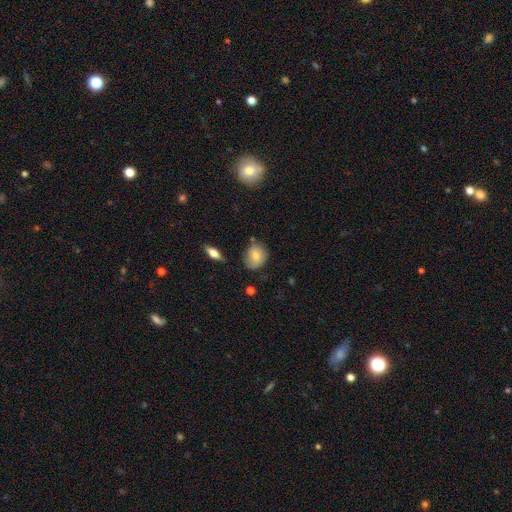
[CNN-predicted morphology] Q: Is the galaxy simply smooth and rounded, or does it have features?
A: smooth — 74%.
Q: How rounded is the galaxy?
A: round — 57%.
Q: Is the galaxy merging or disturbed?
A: none — 67%.